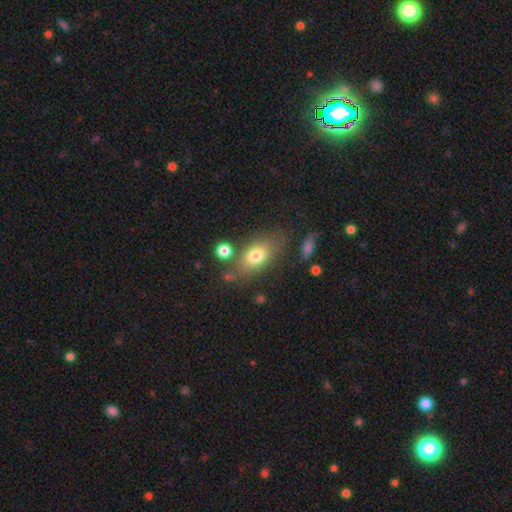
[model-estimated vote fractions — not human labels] Smooth or featured: smooth — 74% (featured or disk — 17%)
How rounded: in between — 81% (round — 13%)
Merging: none — 65% (minor disturbance — 18%)